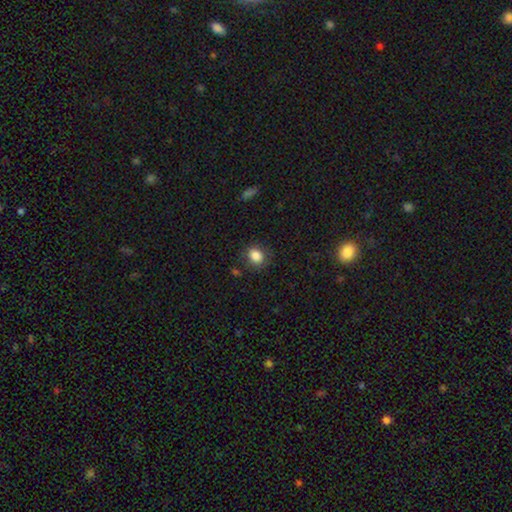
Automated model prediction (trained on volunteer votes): The model was most divided on "how rounded": round: 60%, in between: 39%, cigar-shaped: 1%. More confident: smooth or featured — smooth (85%); merging — none (81%).